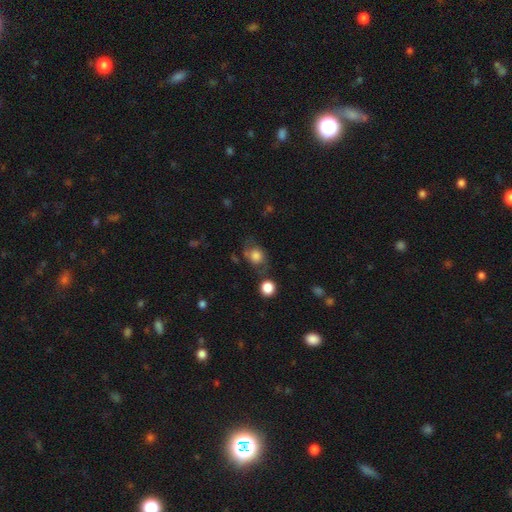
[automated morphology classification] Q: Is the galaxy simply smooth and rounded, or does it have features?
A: smooth — 68%.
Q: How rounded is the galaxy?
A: round — 56%.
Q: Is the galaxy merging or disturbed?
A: none — 54%.